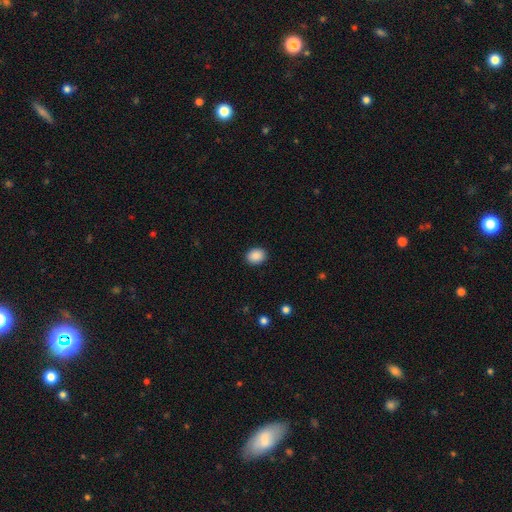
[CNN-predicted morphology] smooth 90%, star or artifact 8%, featured or disk 2%. Down the decision tree: how rounded — in between (59%); merging — none (90%).